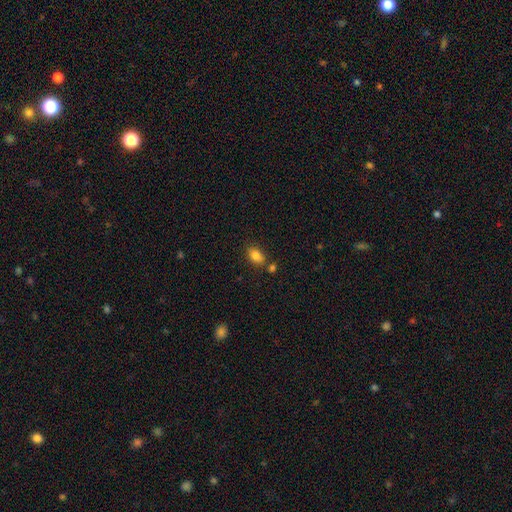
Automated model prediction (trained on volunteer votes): Smooth or featured?
  - smooth: 83% *
  - star or artifact: 9%
  - featured or disk: 7%
How rounded?
  - in between: 83% *
  - round: 15%
  - cigar-shaped: 2%
Merging?
  - none: 69% *
  - merger: 14%
  - minor disturbance: 13%
  - major disturbance: 3%